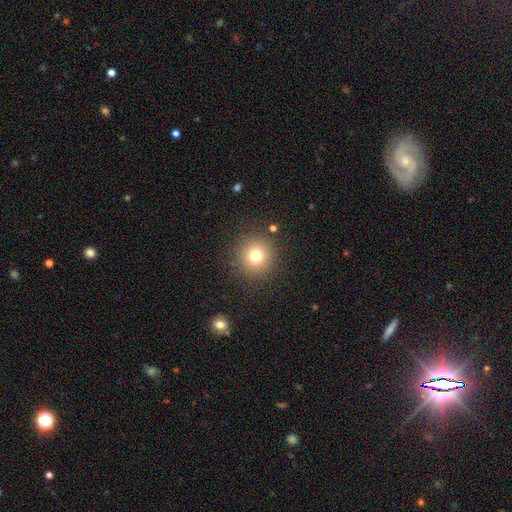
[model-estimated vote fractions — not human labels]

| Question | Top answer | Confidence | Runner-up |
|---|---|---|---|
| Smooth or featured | smooth | 76% | star or artifact (14%) |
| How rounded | round | 95% | in between (5%) |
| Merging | none | 89% | minor disturbance (7%) |